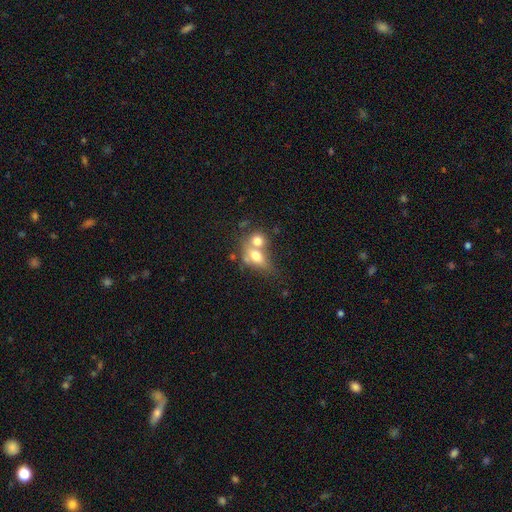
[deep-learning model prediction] Smooth or featured? Predicted: smooth (p=0.68). How rounded? Predicted: in between (p=0.65). Merging? Predicted: merger (p=0.64).